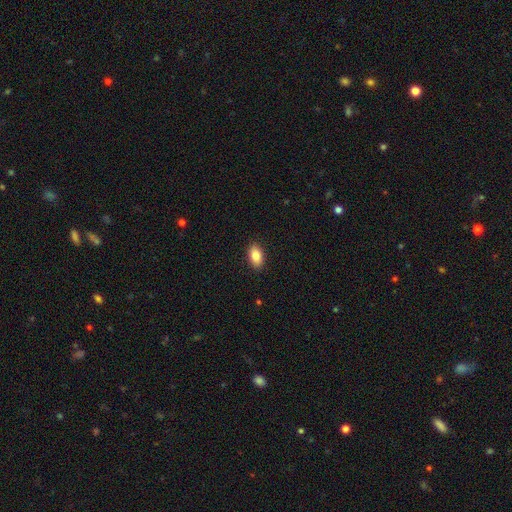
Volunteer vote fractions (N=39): smooth 77%, featured or disk 13%, star or artifact 10%. Down the decision tree: how rounded — in between (83%); merging — none (89%).